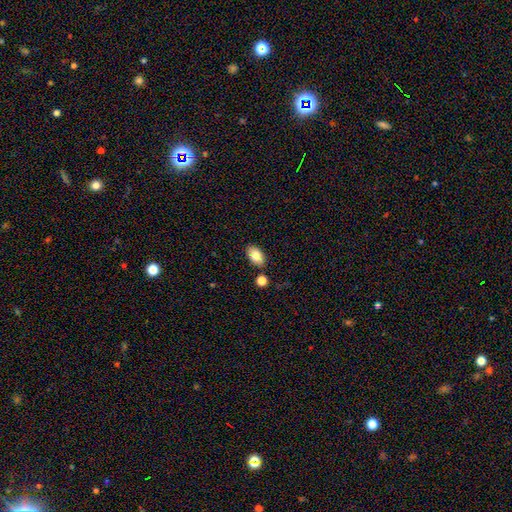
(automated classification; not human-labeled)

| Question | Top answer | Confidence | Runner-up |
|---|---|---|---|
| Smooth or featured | smooth | 80% | featured or disk (13%) |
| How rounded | in between | 92% | round (7%) |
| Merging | none | 82% | minor disturbance (10%) |